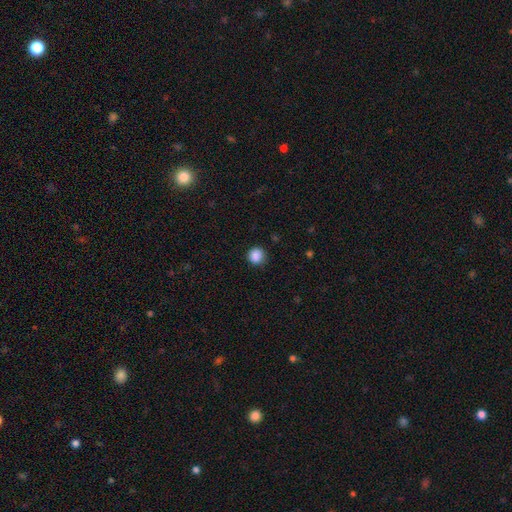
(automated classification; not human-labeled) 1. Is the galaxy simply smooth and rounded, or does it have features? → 87% smooth, 10% star or artifact, 3% featured or disk.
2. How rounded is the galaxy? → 92% round, 8% in between, 1% cigar-shaped.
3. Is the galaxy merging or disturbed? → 87% none, 10% minor disturbance, 2% major disturbance, 1% merger.